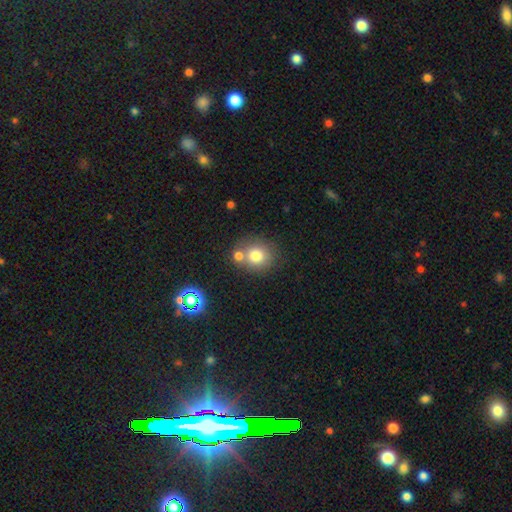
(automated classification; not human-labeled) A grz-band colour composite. It shows a smooth galaxy with no disk features (77%) that is round (80%). Merging: none (59%).